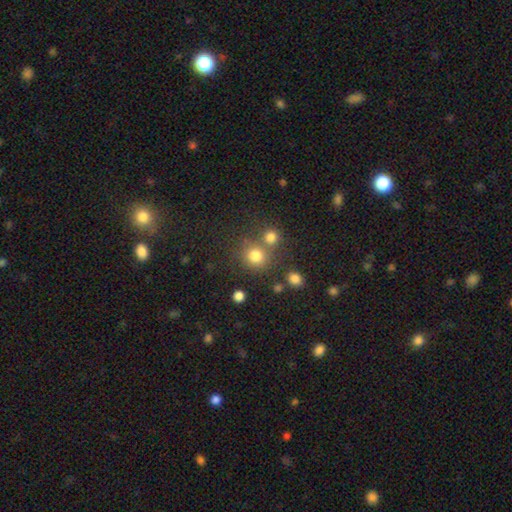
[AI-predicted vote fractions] Overall: smooth (79%). How rounded: round (88%). Merging: none (62%; merger 25%).